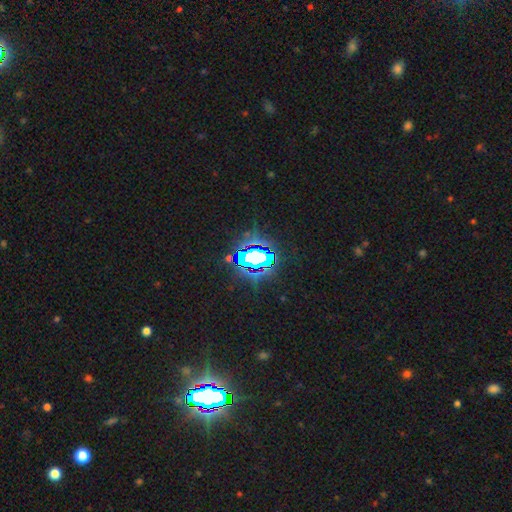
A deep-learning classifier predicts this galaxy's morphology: Smooth or featured?
  - star or artifact: 72% *
  - smooth: 15%
  - featured or disk: 13%